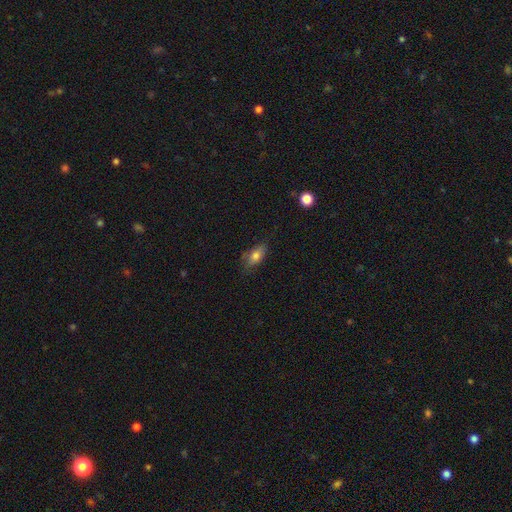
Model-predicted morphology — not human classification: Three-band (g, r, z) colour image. It shows a smooth galaxy with no disk features (75%) that is in between round and cigar-shaped (84%). Merging: none (68%).